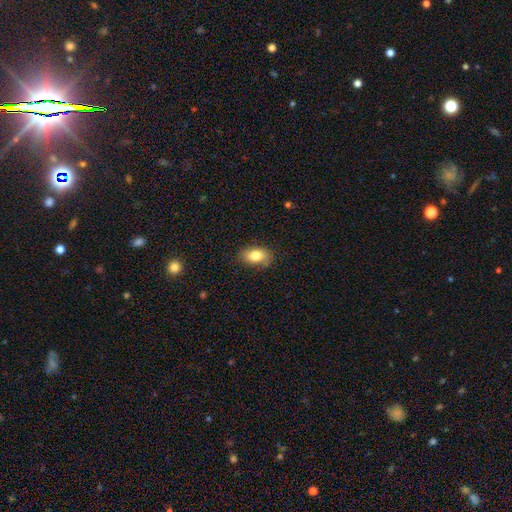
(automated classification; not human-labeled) Smooth or featured? Predicted: smooth (p=0.82). How rounded? Predicted: in between (p=0.87). Merging? Predicted: none (p=0.77).